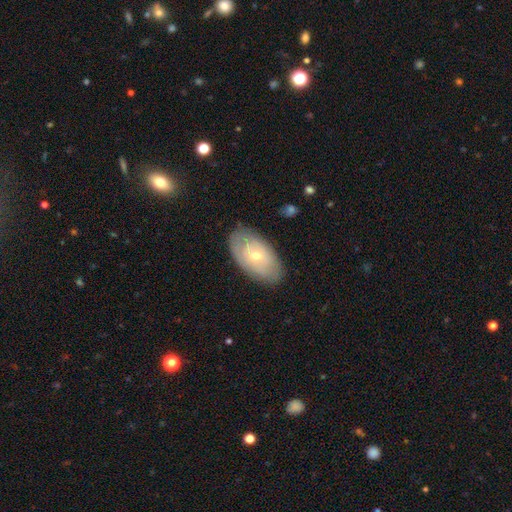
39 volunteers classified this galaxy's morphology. featured or disk 49%, smooth 44%, star or artifact 8%. Down the decision tree: edge-on disk — no (89%); bar — no (88%); spiral arms — no (59%); bulge size — small (65%); merging — none (92%).